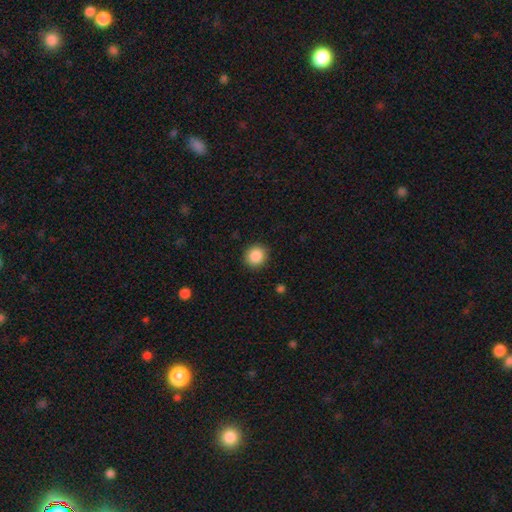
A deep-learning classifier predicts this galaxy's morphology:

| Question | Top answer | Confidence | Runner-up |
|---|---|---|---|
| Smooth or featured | smooth | 88% | star or artifact (8%) |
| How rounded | round | 88% | in between (11%) |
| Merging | none | 90% | minor disturbance (7%) |